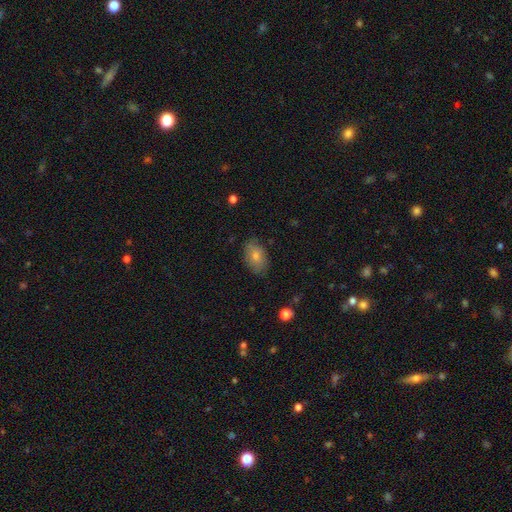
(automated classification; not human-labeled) This appears to be a smooth galaxy with no disk features (67%) that is in between round and cigar-shaped (86%). Merging: none (80%).